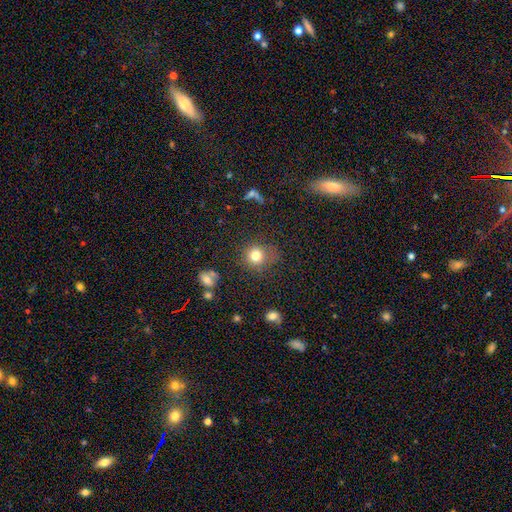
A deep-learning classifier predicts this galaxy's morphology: smooth_or_featured: smooth (p=0.79) [alt: star or artifact p=0.14]
how_rounded: round (p=0.88) [alt: in between p=0.11]
merging: none (p=0.73) [alt: minor disturbance p=0.16]